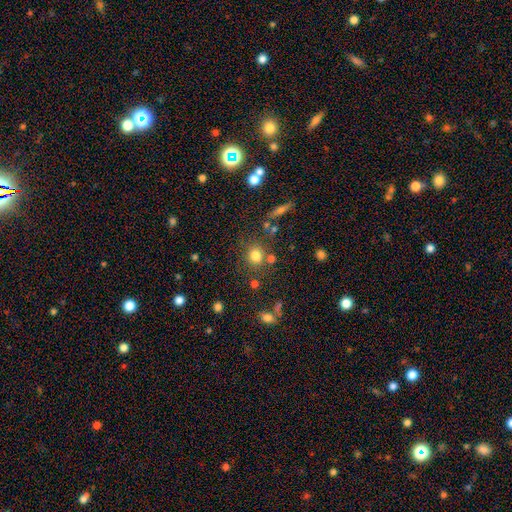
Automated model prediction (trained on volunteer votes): This is likely a smooth galaxy (77%). How rounded: clearly round (80%). Merging: likely none (72%).